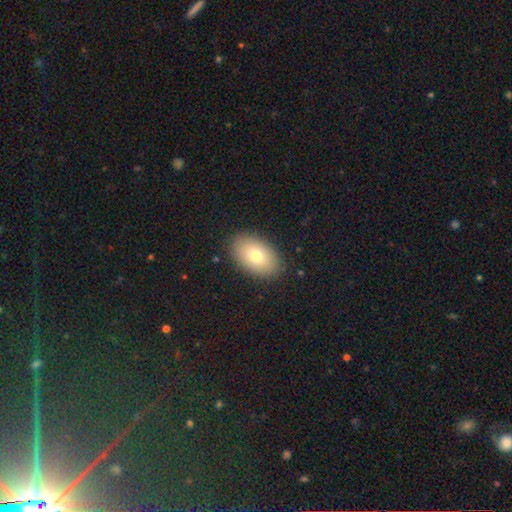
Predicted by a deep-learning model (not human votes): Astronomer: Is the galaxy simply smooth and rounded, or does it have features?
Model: smooth — 75%.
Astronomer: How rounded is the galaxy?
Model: in between — 90%.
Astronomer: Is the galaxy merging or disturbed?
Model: none — 88%.